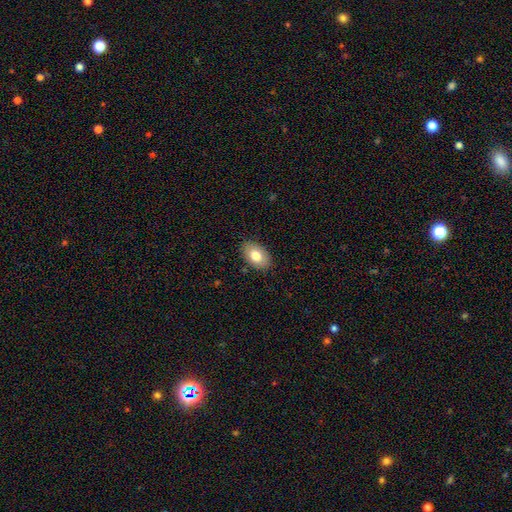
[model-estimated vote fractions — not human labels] The model was most divided on "smooth or featured": smooth: 80%, featured or disk: 13%, star or artifact: 7%. More confident: how rounded — in between (90%); merging — none (87%).